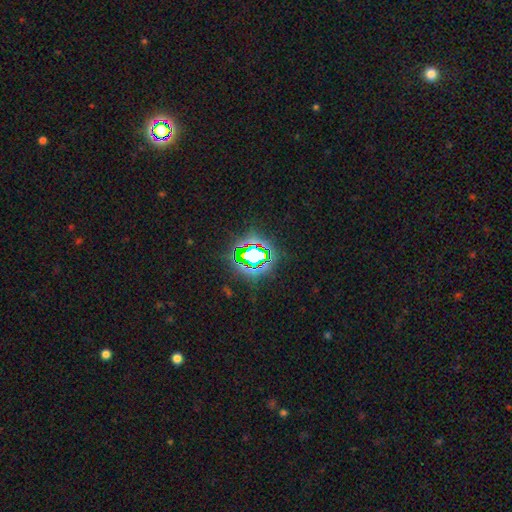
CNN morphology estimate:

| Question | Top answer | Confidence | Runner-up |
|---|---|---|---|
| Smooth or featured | star or artifact | 82% | smooth (11%) |